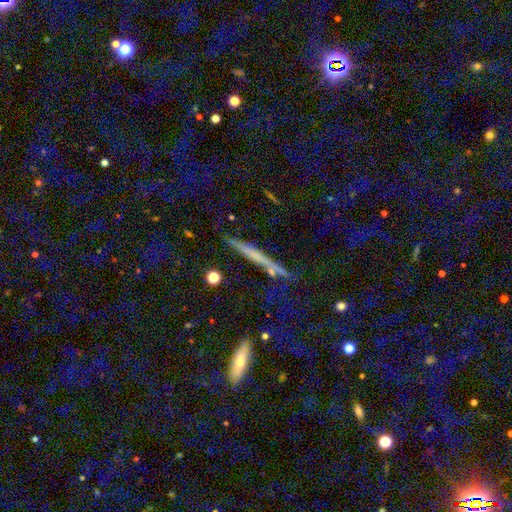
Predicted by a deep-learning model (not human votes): The model was most divided on "smooth or featured": featured or disk: 52%, smooth: 37%, star or artifact: 12%. More confident: edge-on disk — yes (95%); merging — none (79%).